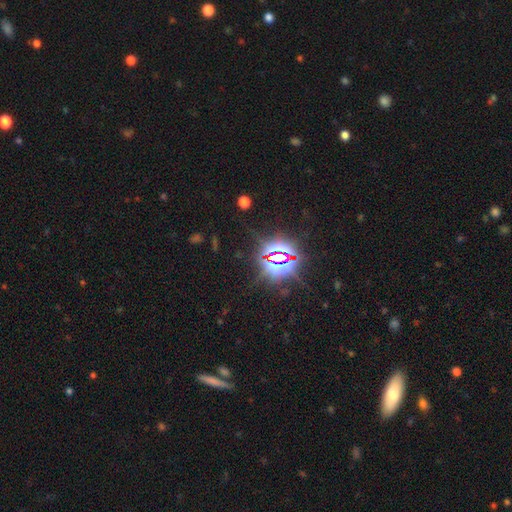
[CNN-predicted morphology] Smooth or featured?
  - star or artifact: 83% *
  - smooth: 10%
  - featured or disk: 8%